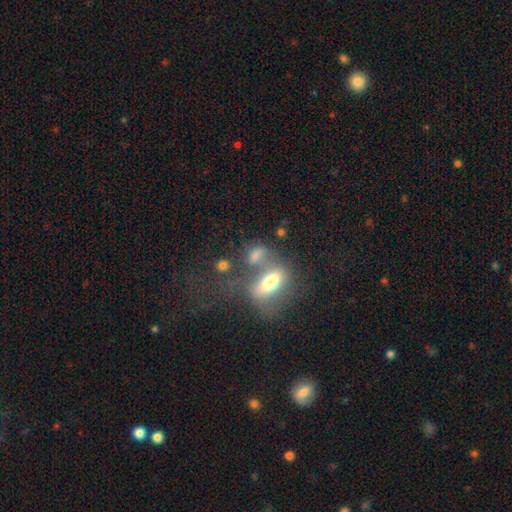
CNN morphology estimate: The model was most divided on "merging": merger: 44%, none: 32%, major disturbance: 13%, minor disturbance: 12%. More confident: how rounded — in between (71%); smooth or featured — smooth (60%).